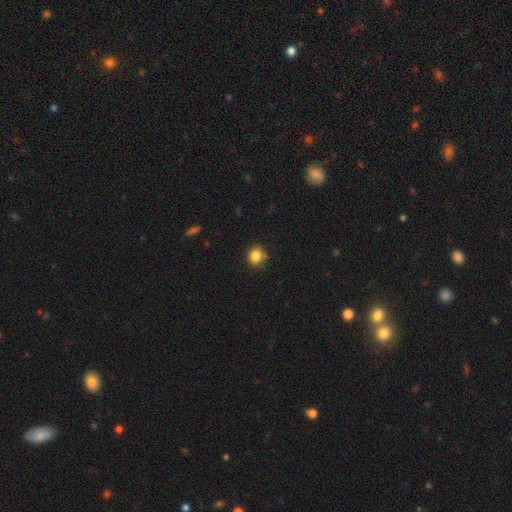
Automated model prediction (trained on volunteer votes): Overall: smooth (84%). How rounded: round (70%). Merging: none (79%).